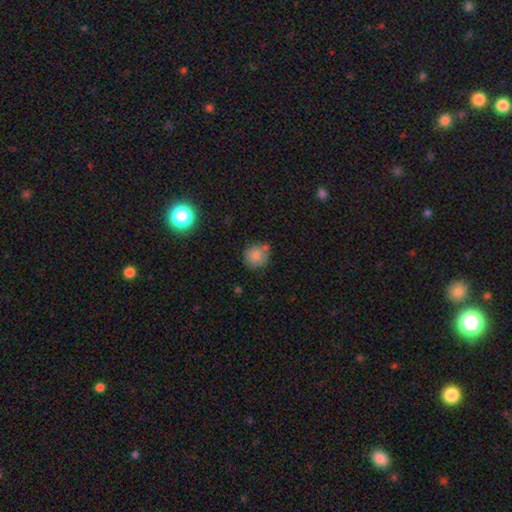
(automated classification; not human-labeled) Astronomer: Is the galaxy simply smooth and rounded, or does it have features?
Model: smooth — 83%.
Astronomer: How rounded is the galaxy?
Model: round — 88%.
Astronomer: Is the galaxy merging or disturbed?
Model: none — 66%.